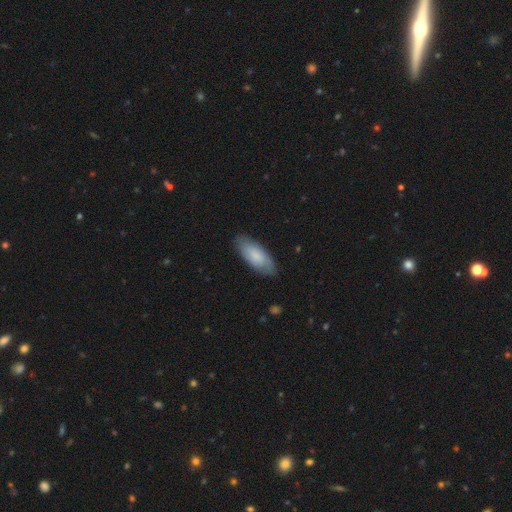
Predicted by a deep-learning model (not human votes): A smooth galaxy with no disk features (78%) that is in between round and cigar-shaped (82%). Merging: none (82%).